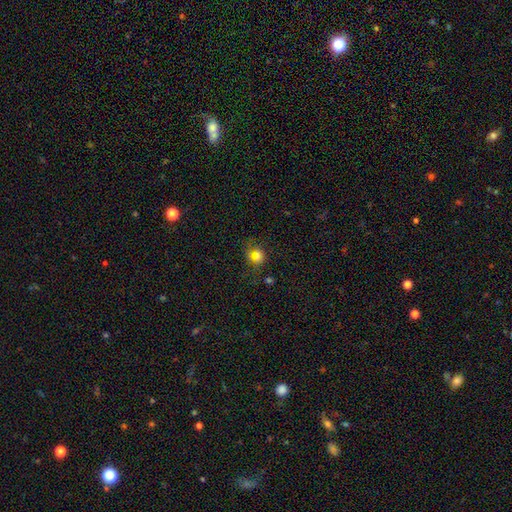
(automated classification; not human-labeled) This is likely a smooth galaxy (66%). How rounded: likely round (60%). Merging: possibly none (57%).